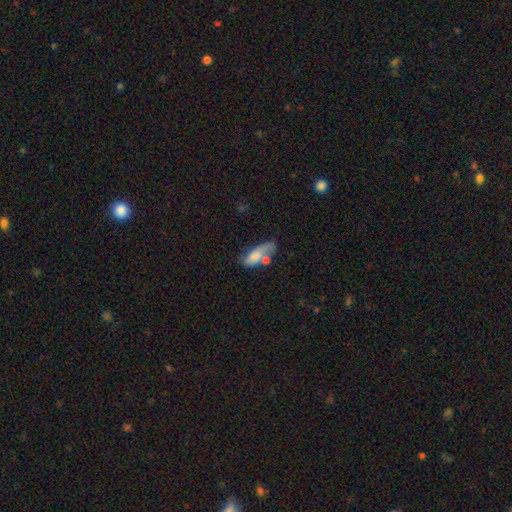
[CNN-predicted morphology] This appears to be a smooth galaxy with no disk features (68%) that is in between round and cigar-shaped (74%). Merging: none (30%, tied with merger).